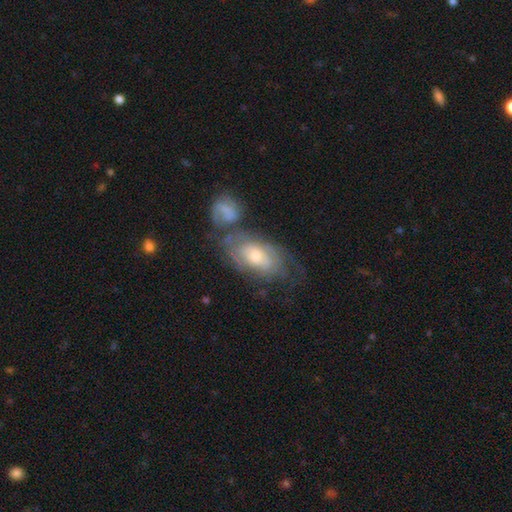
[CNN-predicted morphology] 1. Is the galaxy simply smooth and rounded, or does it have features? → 66% featured or disk, 26% smooth, 7% star or artifact.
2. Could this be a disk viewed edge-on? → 93% no, 7% yes.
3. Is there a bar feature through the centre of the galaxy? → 71% no, 24% weak, 5% strong.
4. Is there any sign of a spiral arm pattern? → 80% yes, 20% no.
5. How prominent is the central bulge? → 51% moderate, 38% small, 7% large, 2% none, 1% dominant.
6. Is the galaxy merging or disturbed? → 42% none, 27% merger, 18% minor disturbance, 14% major disturbance.